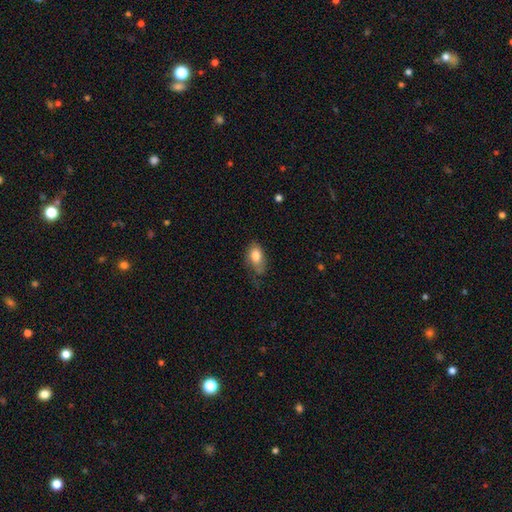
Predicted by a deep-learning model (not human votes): Smooth or featured: smooth — 80% (featured or disk — 12%)
How rounded: in between — 88% (round — 8%)
Merging: none — 47% (minor disturbance — 35%)